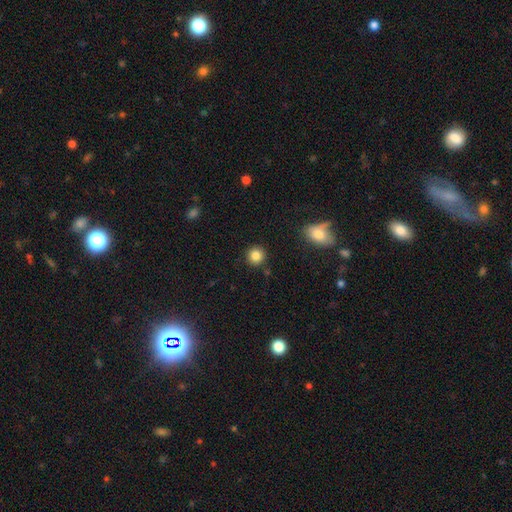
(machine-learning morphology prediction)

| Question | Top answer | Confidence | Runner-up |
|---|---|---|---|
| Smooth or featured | smooth | 84% | star or artifact (10%) |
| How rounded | round | 92% | in between (7%) |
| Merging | none | 89% | minor disturbance (6%) |